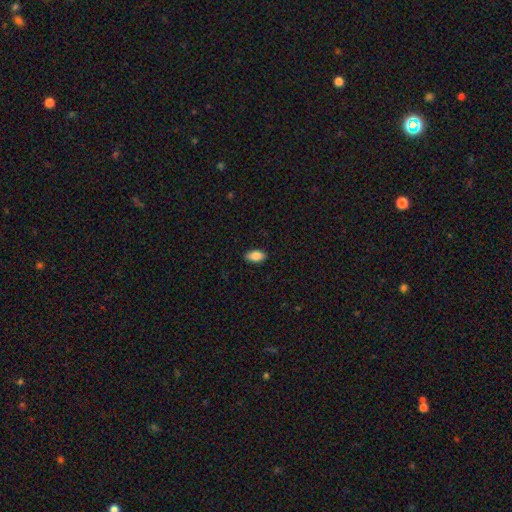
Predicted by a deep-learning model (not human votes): Morphology: type=smooth (86%); roundness=in between (92%); merging=none (88%).